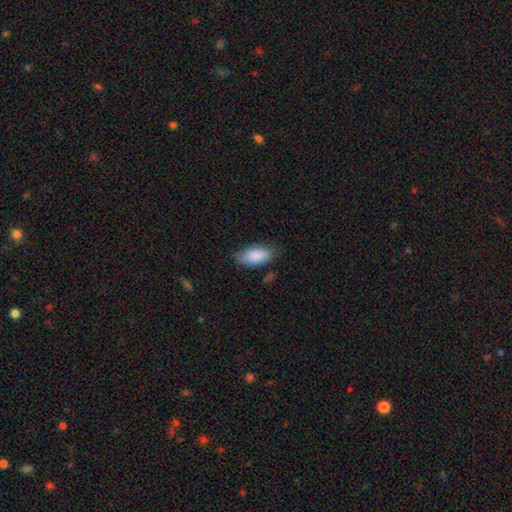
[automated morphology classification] This appears to be a smooth galaxy with no disk features (88%) that is in between round and cigar-shaped (90%). Merging: none (77%).